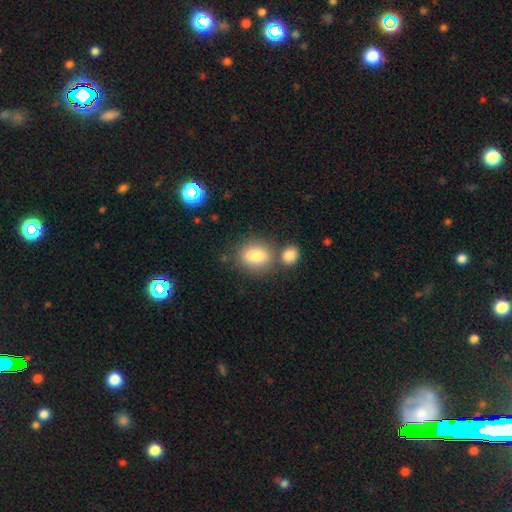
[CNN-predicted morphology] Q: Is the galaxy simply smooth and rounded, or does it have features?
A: smooth — 79%.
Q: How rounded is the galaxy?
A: in between — 57%.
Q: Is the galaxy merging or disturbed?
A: none — 64%.